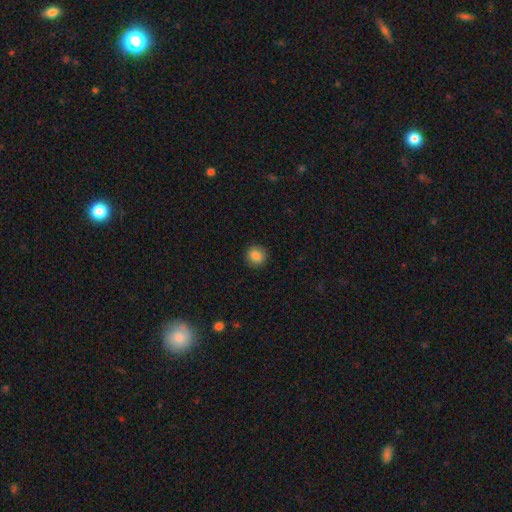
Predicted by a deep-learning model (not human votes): smooth-or-featured: smooth: 85% | star or artifact: 9% | featured or disk: 6%
  how-rounded: round: 89% | in between: 10% | cigar-shaped: 1%
  merging: none: 90% | minor disturbance: 7% | major disturbance: 2% | merger: 1%